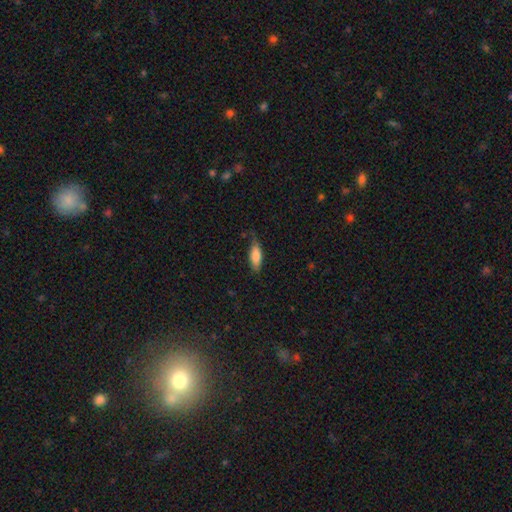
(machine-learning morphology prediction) Overall: smooth (81%). How rounded: in between (66%; cigar-shaped 32%). Merging: none (69%).